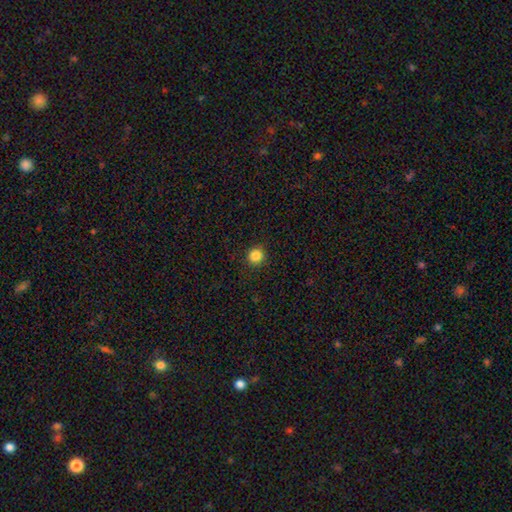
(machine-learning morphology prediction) Q: Smooth or featured?
A: smooth (85%); runner-up: star or artifact (11%)
Q: How rounded?
A: round (94%); runner-up: in between (5%)
Q: Merging?
A: none (92%); runner-up: minor disturbance (5%)